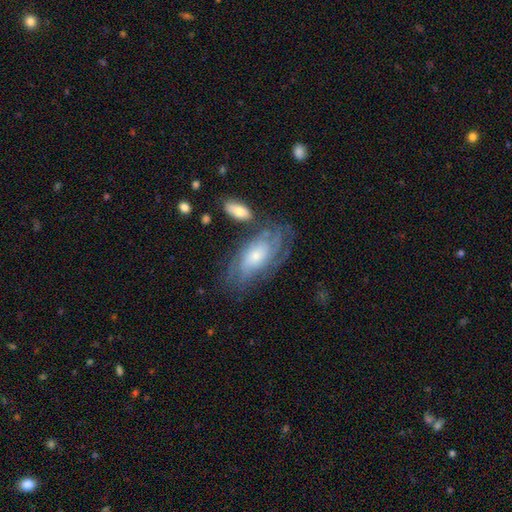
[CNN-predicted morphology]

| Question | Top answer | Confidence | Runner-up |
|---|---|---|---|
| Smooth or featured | featured or disk | 68% | smooth (24%) |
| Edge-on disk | no | 91% | yes (9%) |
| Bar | no | 76% | weak (20%) |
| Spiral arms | yes | 84% | no (16%) |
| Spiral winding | tight | 61% | medium (29%) |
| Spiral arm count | can't tell | 58% | 2 (12%) |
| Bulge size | small | 62% | moderate (29%) |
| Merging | none | 61% | minor disturbance (21%) |